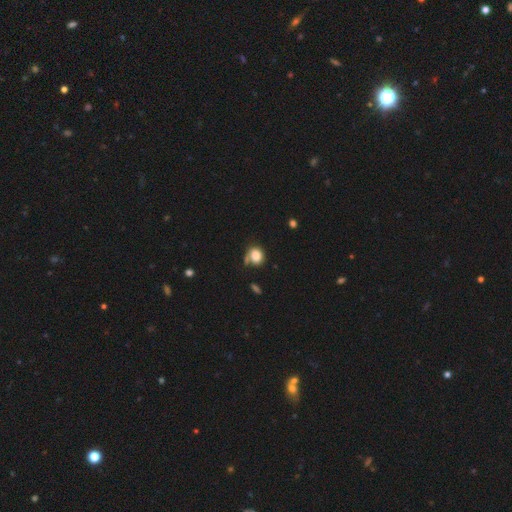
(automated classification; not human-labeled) Smooth or featured? smooth (83%)
How rounded? round (62%)
Merging? none (53%)